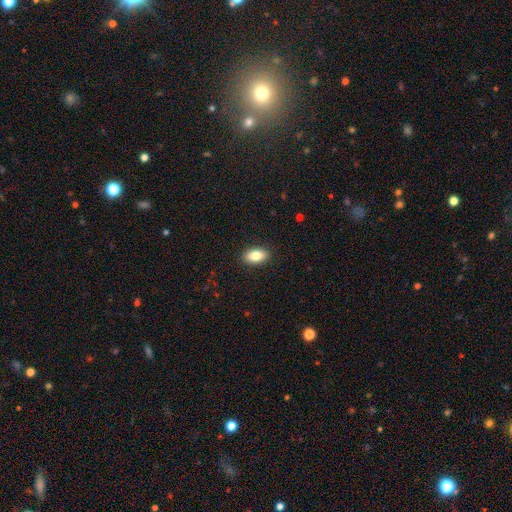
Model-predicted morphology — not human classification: Smooth or featured?
  - smooth: 83% *
  - featured or disk: 9%
  - star or artifact: 8%
How rounded?
  - in between: 91% *
  - round: 6%
  - cigar-shaped: 3%
Merging?
  - none: 90% *
  - minor disturbance: 7%
  - major disturbance: 2%
  - merger: 1%